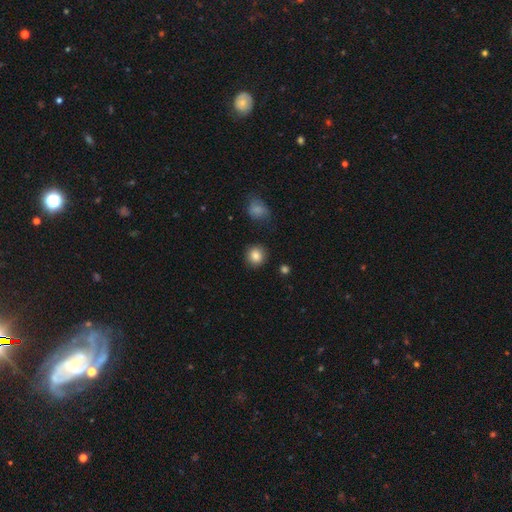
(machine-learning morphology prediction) smooth_or_featured: smooth (p=0.86) [alt: star or artifact p=0.10]
how_rounded: round (p=0.89) [alt: in between p=0.10]
merging: none (p=0.89) [alt: minor disturbance p=0.07]